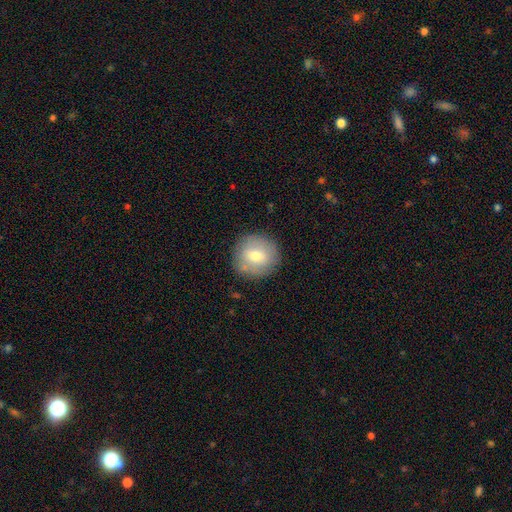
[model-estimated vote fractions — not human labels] This appears to be a smooth galaxy with no disk features (67%) that is round (92%). Merging: none (84%).